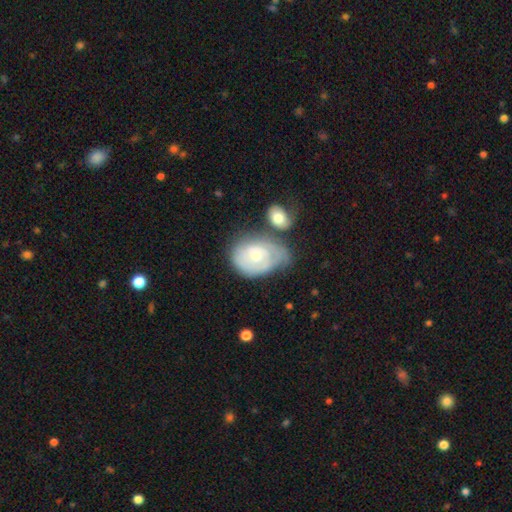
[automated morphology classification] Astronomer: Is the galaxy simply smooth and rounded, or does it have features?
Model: featured or disk — 63%.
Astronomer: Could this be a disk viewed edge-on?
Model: no — 96%.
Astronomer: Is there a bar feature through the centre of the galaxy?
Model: no — 77%.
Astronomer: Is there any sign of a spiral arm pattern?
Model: yes — 77%.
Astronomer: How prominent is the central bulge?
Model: small — 52% (runner-up: moderate, 41%).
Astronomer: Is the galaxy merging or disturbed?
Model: none — 38% (runner-up: minor disturbance, 27%).